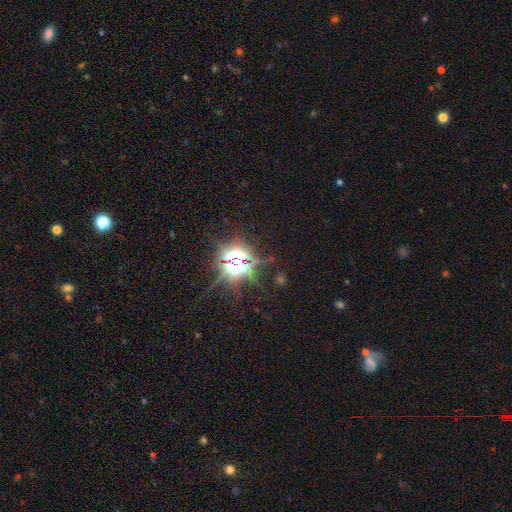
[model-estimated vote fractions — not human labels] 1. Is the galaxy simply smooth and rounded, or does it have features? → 83% star or artifact, 9% featured or disk, 8% smooth.